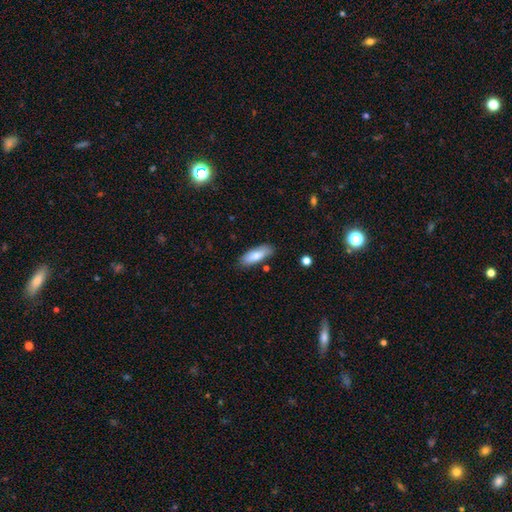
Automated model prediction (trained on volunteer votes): A smooth galaxy with no disk features (80%) that is in between round and cigar-shaped (68%).

Vote fractions:
- Smooth or featured? smooth: 80% / featured or disk: 14% / star or artifact: 6%
- How rounded? in between: 68% / cigar-shaped: 31% / round: 2%
- Merging? none: 81% / minor disturbance: 14% / merger: 3% / major disturbance: 3%